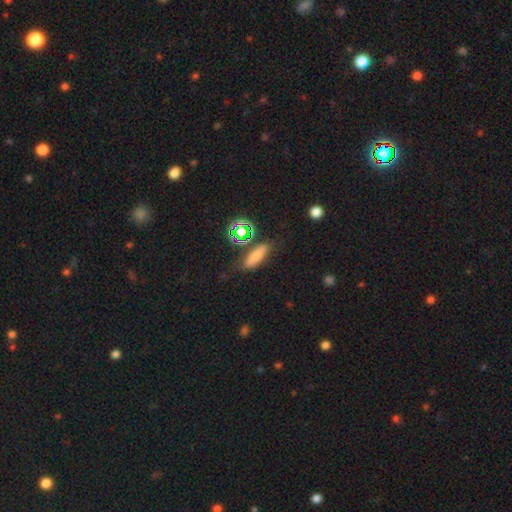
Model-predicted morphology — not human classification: A smooth galaxy with no disk features (67%) that is in between round and cigar-shaped (57%). Merging: none (74%).